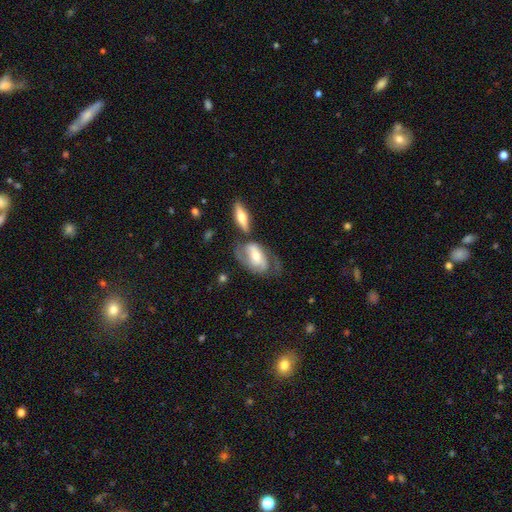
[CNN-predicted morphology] type=featured or disk (65%); edge-on=no (91%); bar=no (39%); spiral arms=yes (80%); bulge=moderate (58%); merging=none (39%).